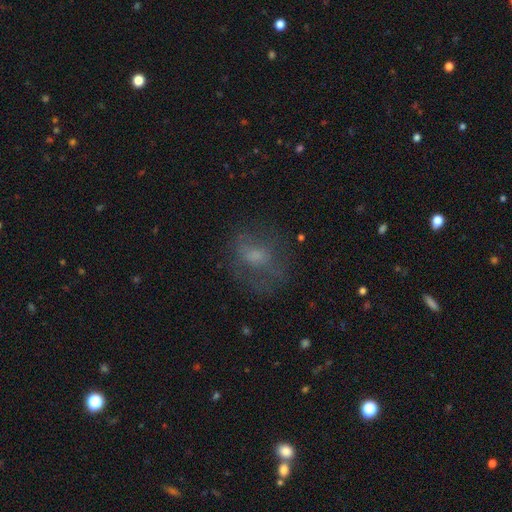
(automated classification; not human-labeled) Smooth or featured? Predicted: smooth (p=0.49). Merging? Predicted: none (p=0.57).